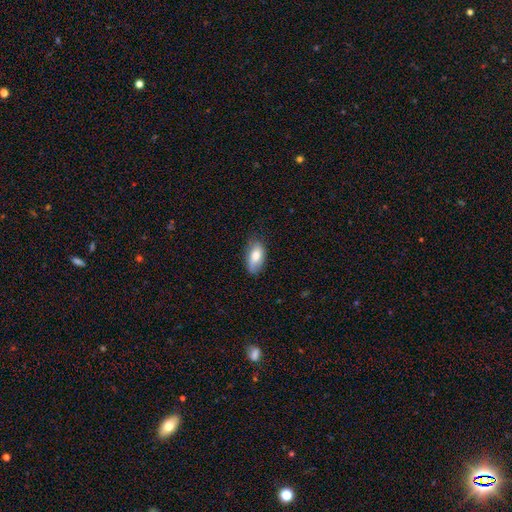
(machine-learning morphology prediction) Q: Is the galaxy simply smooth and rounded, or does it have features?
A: smooth — 73%.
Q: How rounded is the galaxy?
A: in between — 90%.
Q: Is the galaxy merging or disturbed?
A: none — 69%.